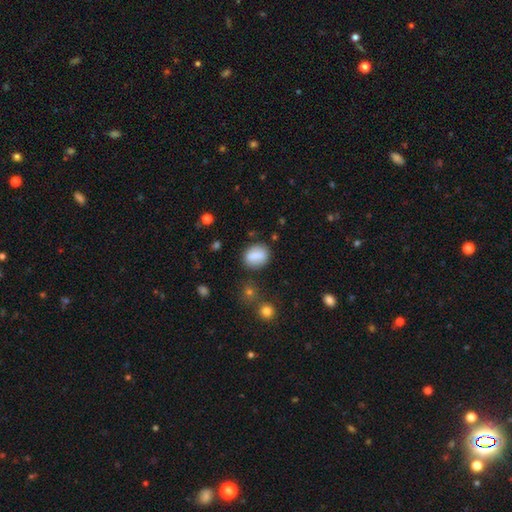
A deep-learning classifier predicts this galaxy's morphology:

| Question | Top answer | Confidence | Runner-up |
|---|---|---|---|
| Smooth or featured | smooth | 75% | featured or disk (16%) |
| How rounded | in between | 63% | round (33%) |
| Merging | none | 78% | minor disturbance (13%) |